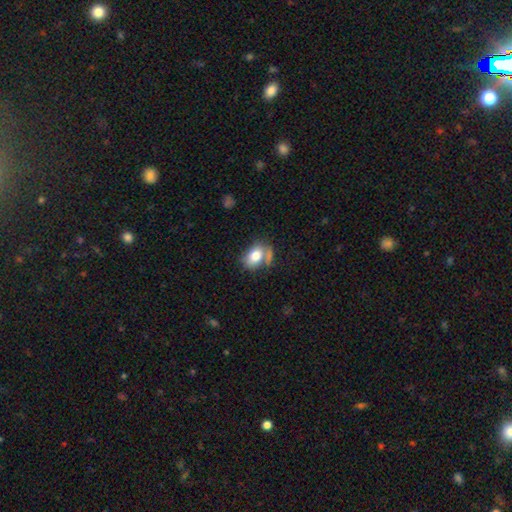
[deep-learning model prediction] This is likely a smooth galaxy (75%). How rounded: likely in between (75%). Merging: possibly none (49%).